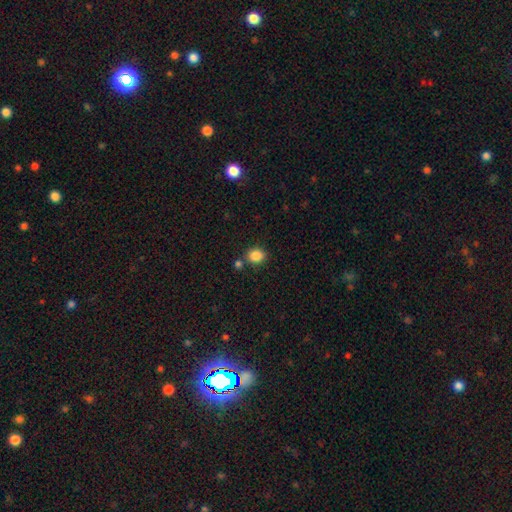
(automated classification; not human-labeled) Q: Smooth or featured?
A: smooth (86%); runner-up: star or artifact (10%)
Q: How rounded?
A: round (67%); runner-up: in between (32%)
Q: Merging?
A: none (78%); runner-up: merger (10%)